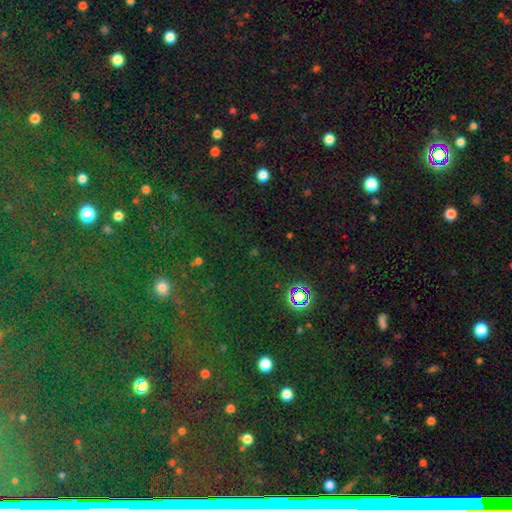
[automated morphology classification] Smooth or featured? Predicted: star or artifact (p=0.80).